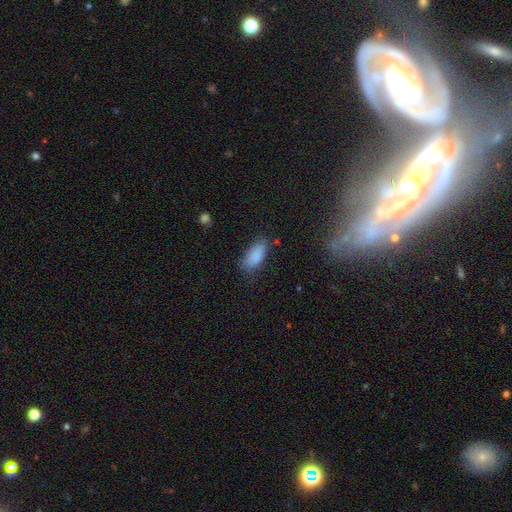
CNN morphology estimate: Overall: smooth (86%). How rounded: in between (84%). Merging: none (68%).